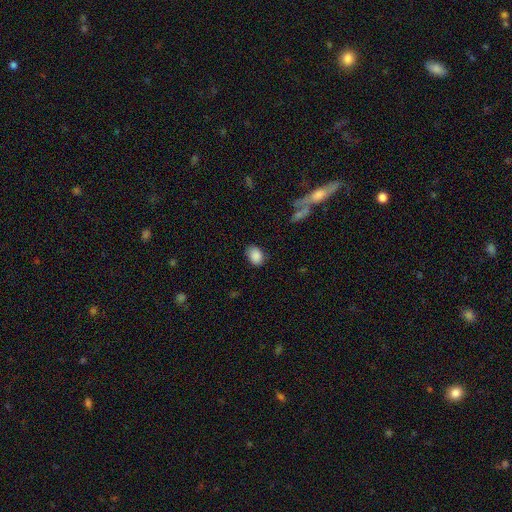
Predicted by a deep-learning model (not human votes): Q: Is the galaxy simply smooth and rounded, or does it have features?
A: smooth — 88%.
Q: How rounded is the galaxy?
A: in between — 74%.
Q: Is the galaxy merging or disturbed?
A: none — 77%.